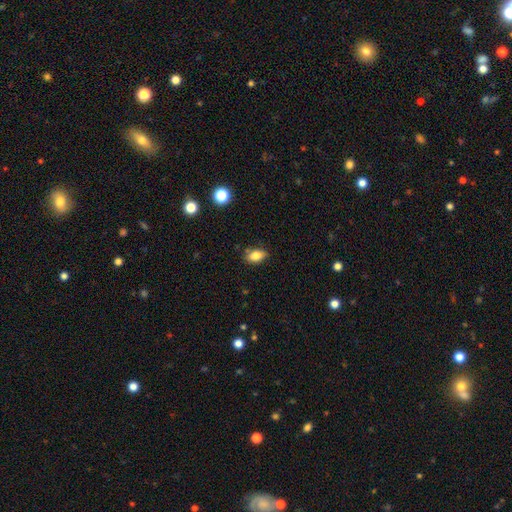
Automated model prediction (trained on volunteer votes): Q: Smooth or featured?
A: smooth (83%); runner-up: star or artifact (9%)
Q: How rounded?
A: in between (87%); runner-up: round (10%)
Q: Merging?
A: none (80%); runner-up: minor disturbance (15%)